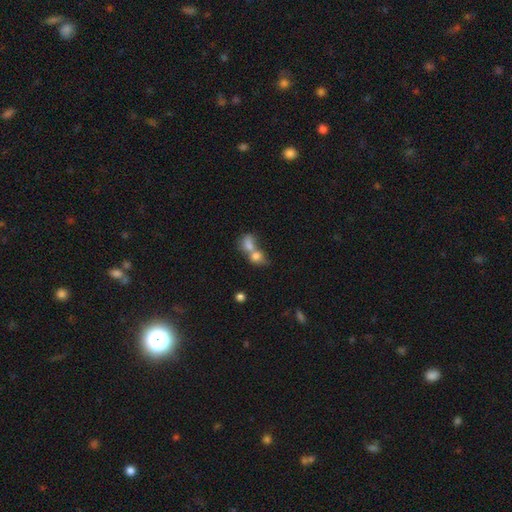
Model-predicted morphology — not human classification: Overall: smooth (76%). How rounded: in between (55%; round 42%). Merging: merger (71%).